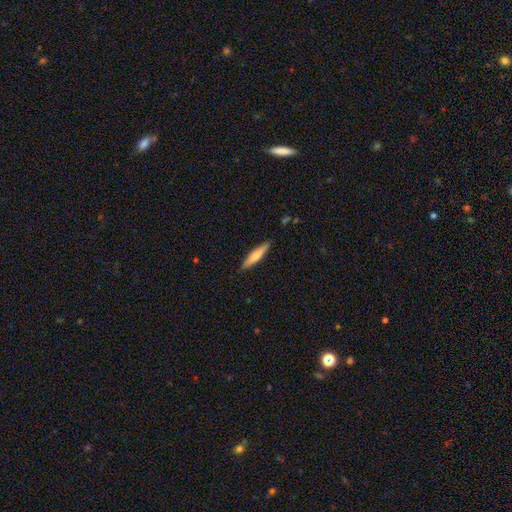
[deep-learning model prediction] Q: Smooth or featured?
A: smooth (64%); runner-up: featured or disk (30%)
Q: How rounded?
A: cigar-shaped (88%); runner-up: in between (11%)
Q: Merging?
A: none (89%); runner-up: minor disturbance (8%)